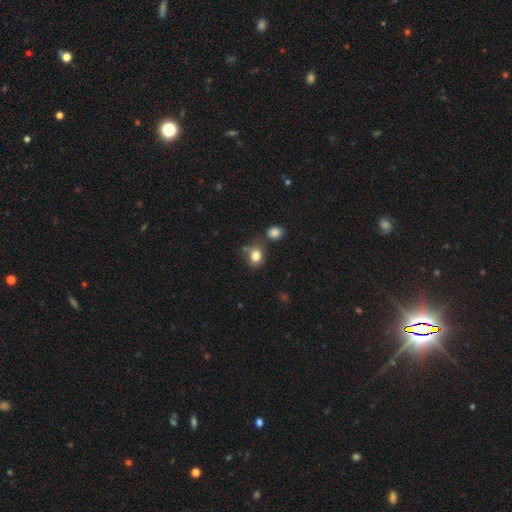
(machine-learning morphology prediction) This appears to be a smooth galaxy with no disk features (81%) that is in between round and cigar-shaped (50%). Merging: none (54%).